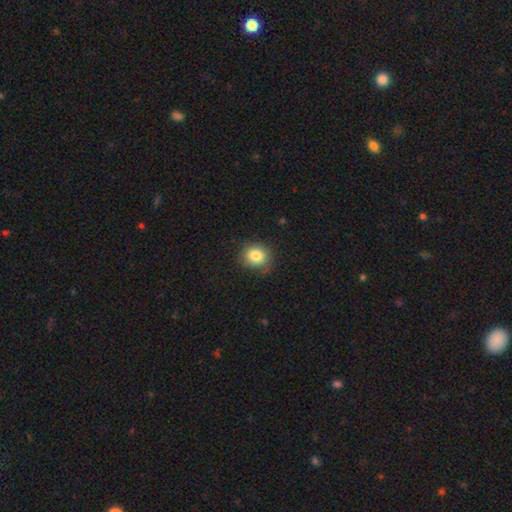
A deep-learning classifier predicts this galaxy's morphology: Overall: smooth (82%). How rounded: round (77%). Merging: none (76%).